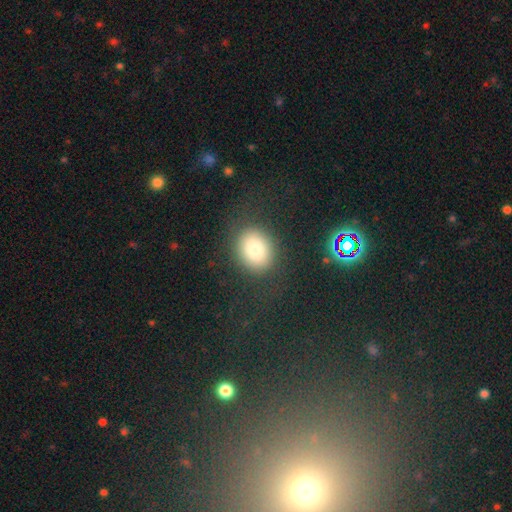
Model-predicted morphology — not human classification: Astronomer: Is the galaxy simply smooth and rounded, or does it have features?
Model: smooth — 81%.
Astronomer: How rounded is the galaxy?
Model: round — 50% (runner-up: in between, 49%).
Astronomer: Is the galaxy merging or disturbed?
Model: none — 82%.